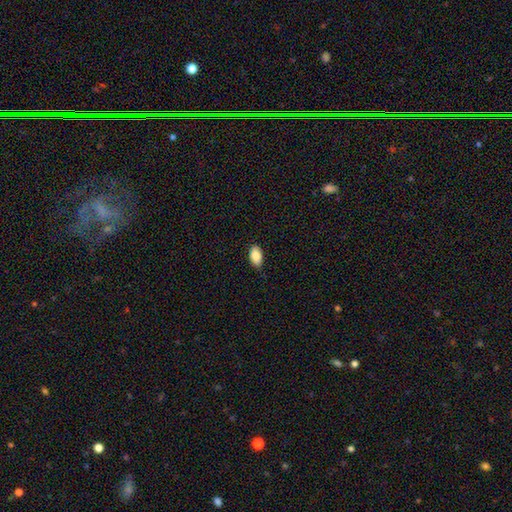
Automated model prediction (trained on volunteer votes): Q: Smooth or featured?
A: smooth (85%); runner-up: featured or disk (8%)
Q: How rounded?
A: in between (93%); runner-up: round (5%)
Q: Merging?
A: none (83%); runner-up: minor disturbance (14%)